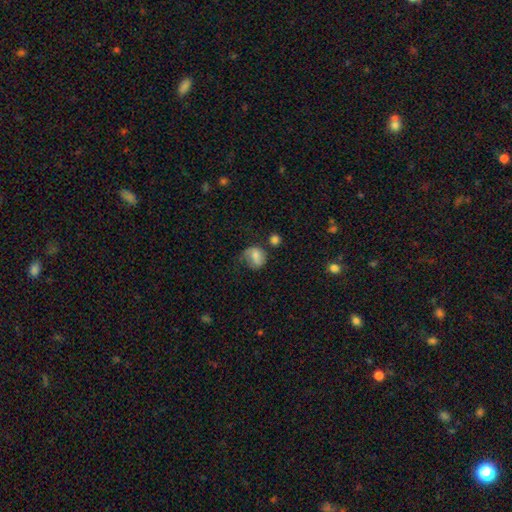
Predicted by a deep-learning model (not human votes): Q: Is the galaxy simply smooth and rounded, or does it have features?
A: smooth — 61%.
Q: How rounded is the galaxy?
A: round — 64%.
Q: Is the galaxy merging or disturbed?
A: none — 40%.